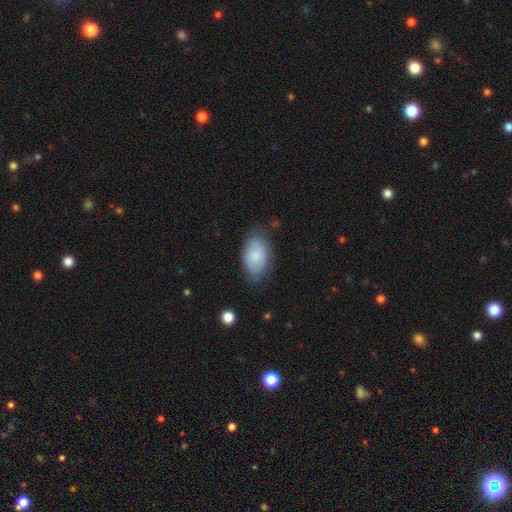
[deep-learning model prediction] Smooth or featured? Predicted: smooth (p=0.79). How rounded? Predicted: in between (p=0.94). Merging? Predicted: none (p=0.72).